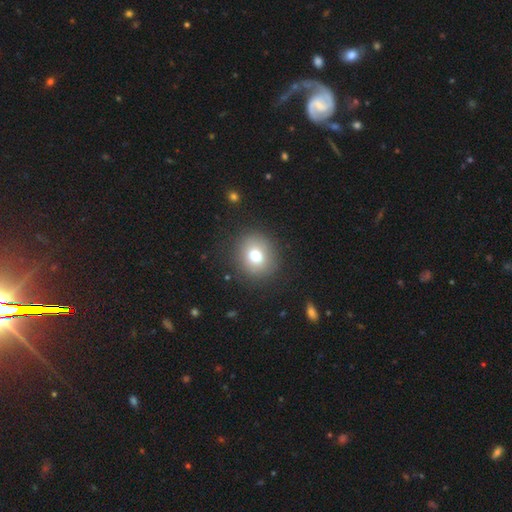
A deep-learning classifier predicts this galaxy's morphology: type=smooth (75%); roundness=round (76%); merging=none (86%).